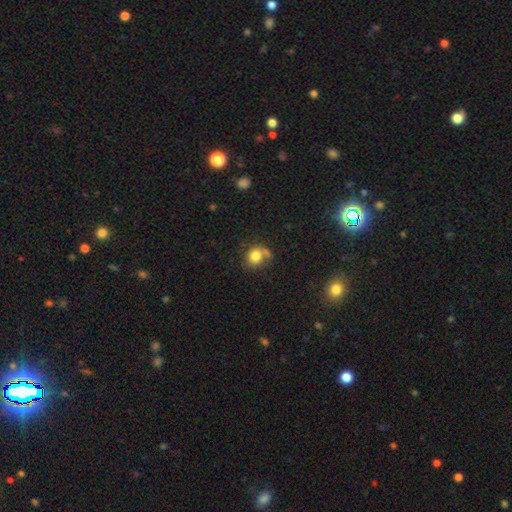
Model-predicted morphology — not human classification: A smooth galaxy with no disk features (77%) that is round (69%). Merging: none (50%).